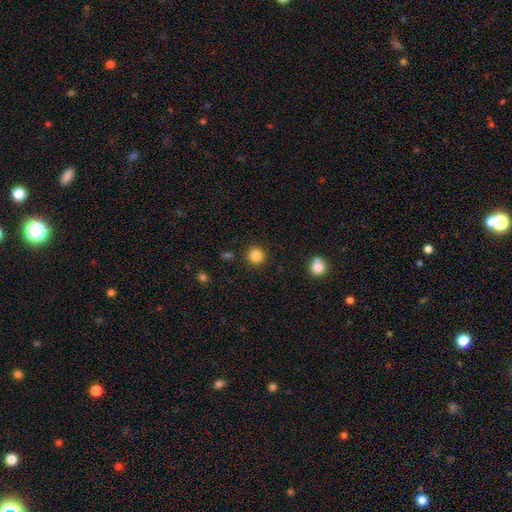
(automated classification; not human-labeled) Smooth or featured? Predicted: smooth (p=0.85). How rounded? Predicted: round (p=0.95). Merging? Predicted: none (p=0.90).